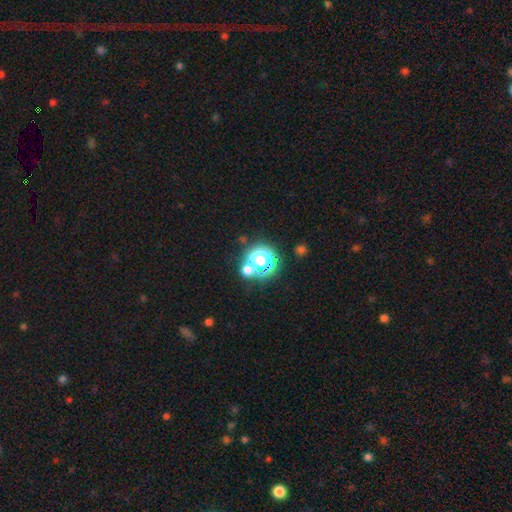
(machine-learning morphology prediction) Smooth or featured?
  - star or artifact: 57% *
  - smooth: 33%
  - featured or disk: 10%